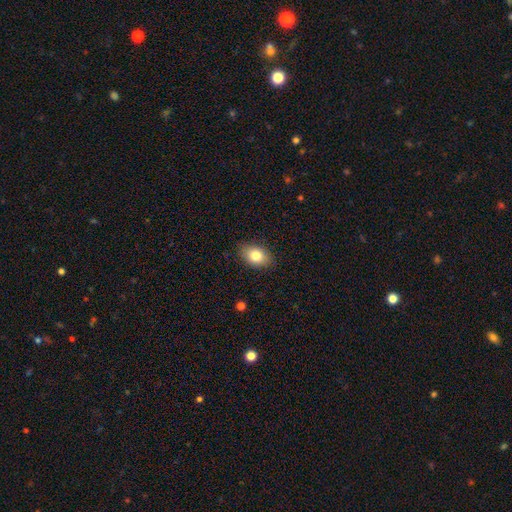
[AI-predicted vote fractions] Smooth or featured? Predicted: smooth (p=0.82). How rounded? Predicted: in between (p=0.82). Merging? Predicted: none (p=0.86).